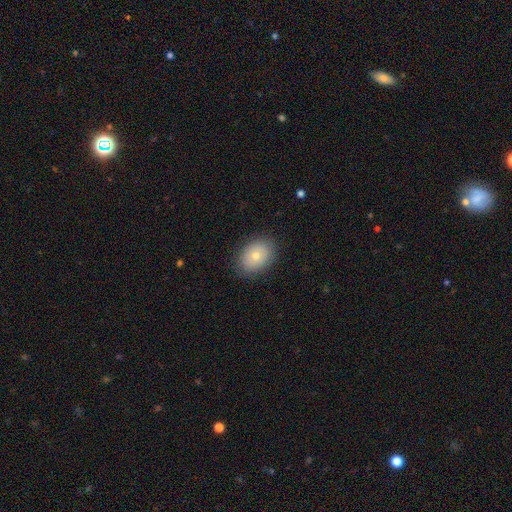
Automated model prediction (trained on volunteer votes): smooth_or_featured: smooth (p=0.75) [alt: featured or disk p=0.17]
how_rounded: in between (p=0.66) [alt: round p=0.33]
merging: none (p=0.86) [alt: minor disturbance p=0.10]